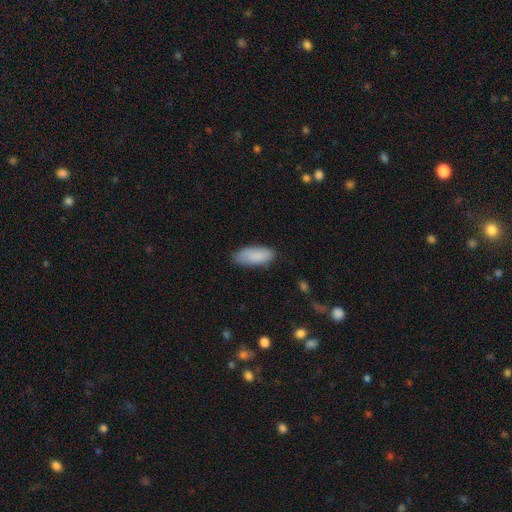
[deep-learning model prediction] A smooth galaxy with no disk features (87%) that is in between round and cigar-shaped (81%).

Vote fractions:
- Smooth or featured? smooth: 87% / featured or disk: 6% / star or artifact: 6%
- How rounded? in between: 81% / cigar-shaped: 18% / round: 2%
- Merging? none: 76% / minor disturbance: 19% / major disturbance: 4% / merger: 1%